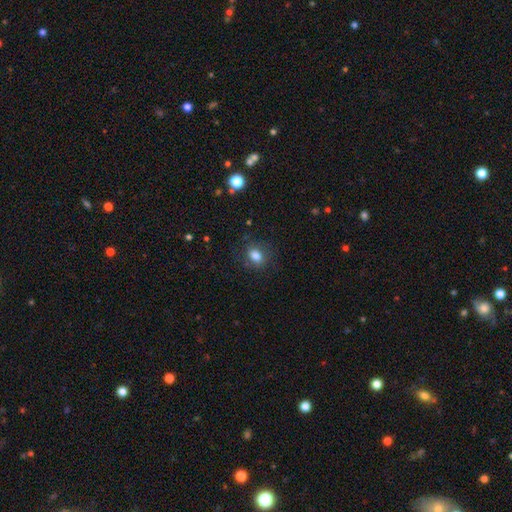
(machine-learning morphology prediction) Smooth or featured?
  - smooth: 83% *
  - star or artifact: 11%
  - featured or disk: 7%
How rounded?
  - in between: 67% *
  - round: 32%
  - cigar-shaped: 2%
Merging?
  - none: 79% *
  - minor disturbance: 14%
  - major disturbance: 5%
  - merger: 2%